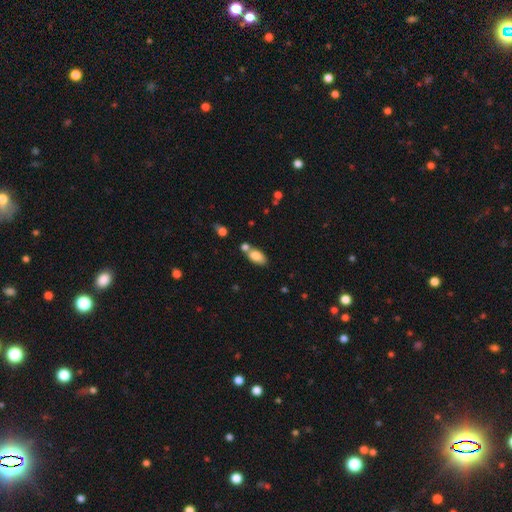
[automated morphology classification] A smooth galaxy with no disk features (83%) that is in between round and cigar-shaped (91%).

Vote fractions:
- Smooth or featured? smooth: 83% / featured or disk: 9% / star or artifact: 8%
- How rounded? in between: 91% / round: 5% / cigar-shaped: 4%
- Merging? none: 53% / merger: 29% / minor disturbance: 14% / major disturbance: 4%